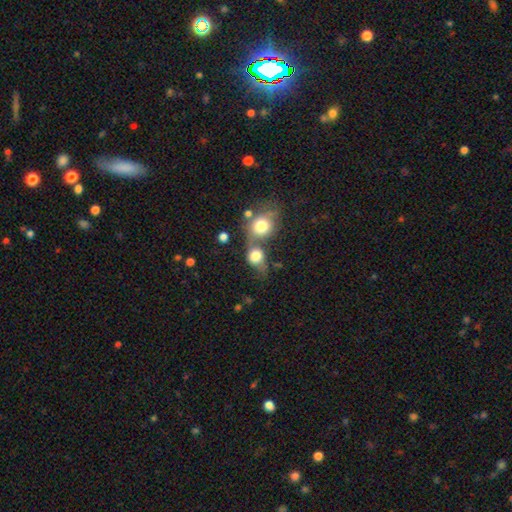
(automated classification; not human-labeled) A smooth galaxy with no disk features (69%) that is round (58%). Merging: merger (54%).